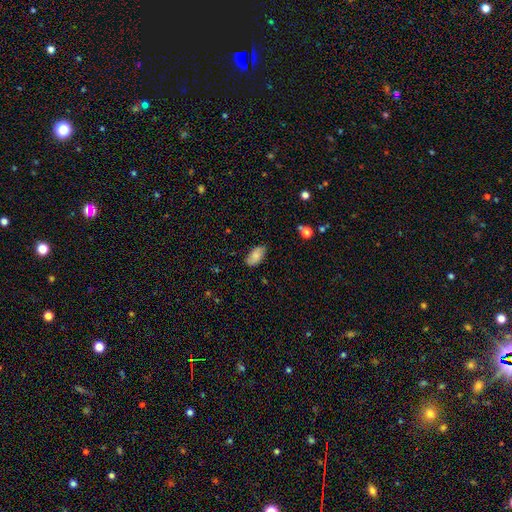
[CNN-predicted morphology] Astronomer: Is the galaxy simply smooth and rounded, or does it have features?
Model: smooth — 81%.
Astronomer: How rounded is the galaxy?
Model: in between — 94%.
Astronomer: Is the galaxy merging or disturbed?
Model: none — 80%.